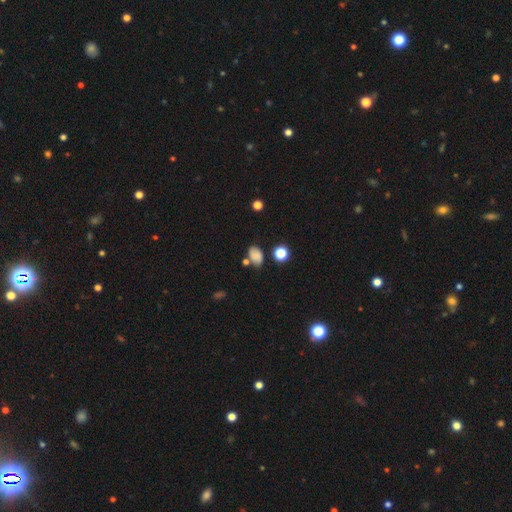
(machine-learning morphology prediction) Smooth or featured: smooth — 75% (star or artifact — 14%)
How rounded: in between — 78% (round — 21%)
Merging: none — 56% (minor disturbance — 22%)